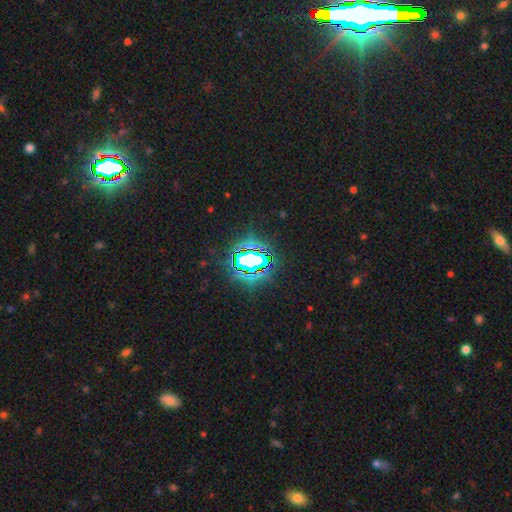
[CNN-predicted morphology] smooth-or-featured: star or artifact: 76% | smooth: 14% | featured or disk: 10%